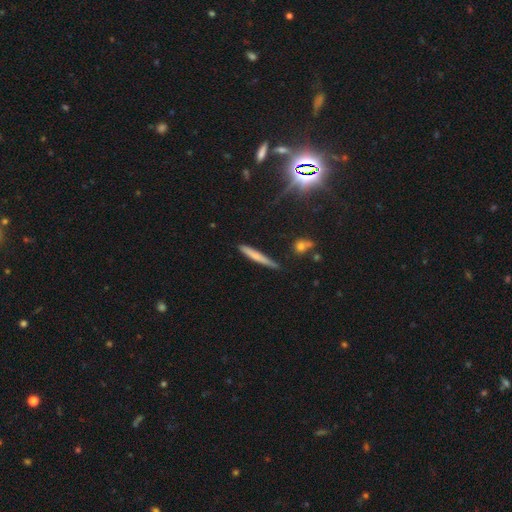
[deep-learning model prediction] Morphology: type=smooth (63%); roundness=cigar-shaped (95%); merging=none (81%).